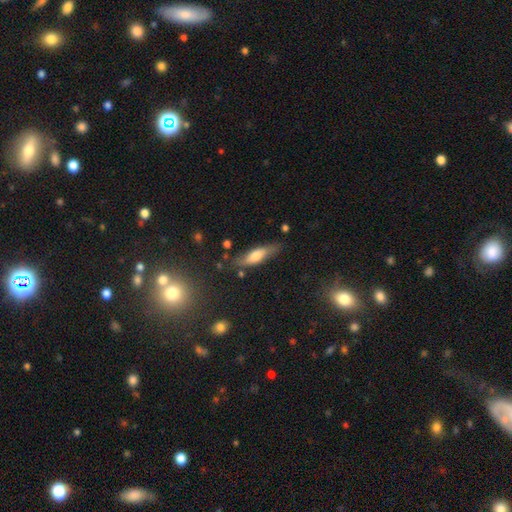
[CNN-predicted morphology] Q: Smooth or featured?
A: smooth (59%); runner-up: featured or disk (34%)
Q: How rounded?
A: cigar-shaped (58%); runner-up: in between (39%)
Q: Merging?
A: none (75%); runner-up: minor disturbance (18%)